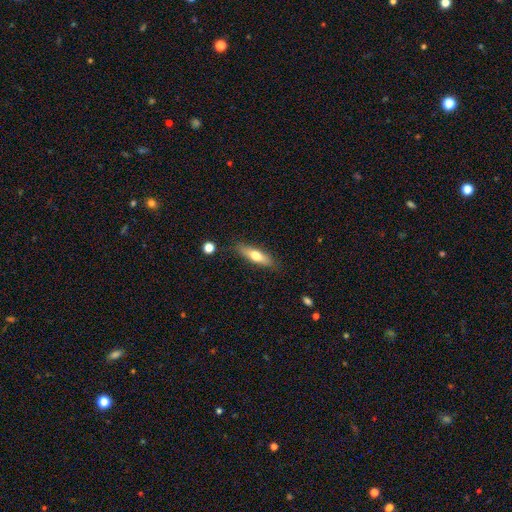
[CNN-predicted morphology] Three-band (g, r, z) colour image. It shows a smooth galaxy with no disk features (63%) that is cigar-shaped (58%). Merging: none (82%).